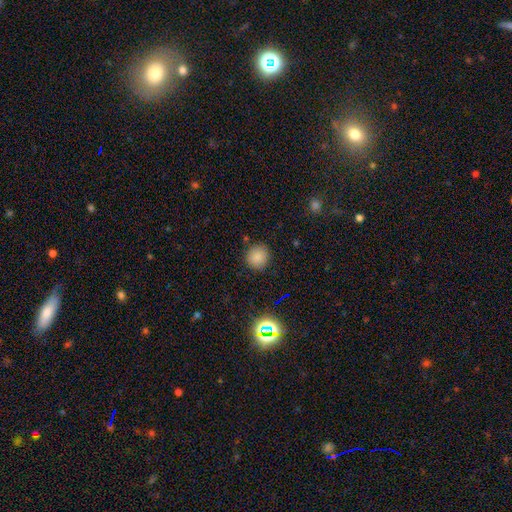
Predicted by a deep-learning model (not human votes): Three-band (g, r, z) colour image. It shows a smooth galaxy with no disk features (81%) that is round (91%). Merging: none (88%).